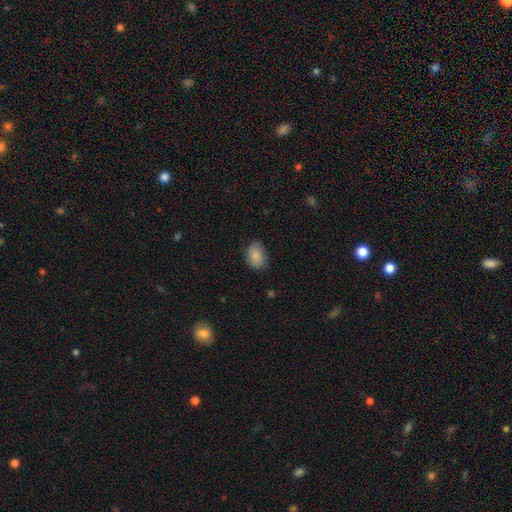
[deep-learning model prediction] The model was most divided on "merging": none: 76%, minor disturbance: 20%, major disturbance: 4%, merger: 1%. More confident: smooth or featured — smooth (85%); how rounded — in between (79%).